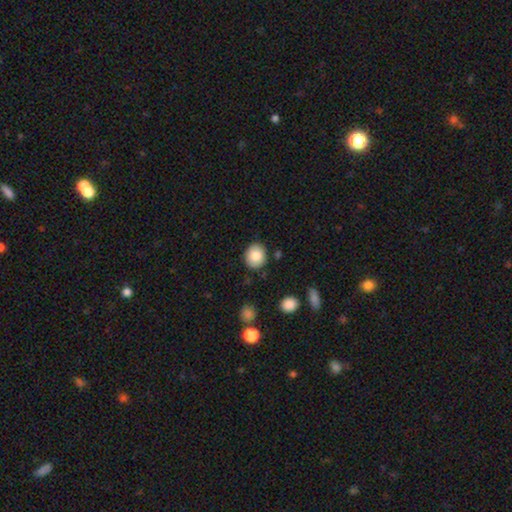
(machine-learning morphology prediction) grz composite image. It shows a smooth galaxy with no disk features (84%) that is round (76%). Merging: none (86%).